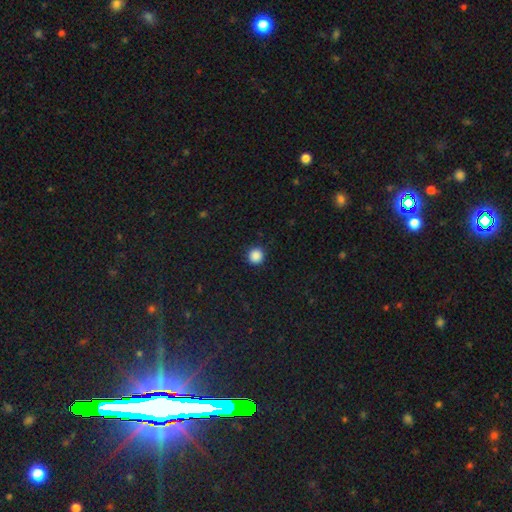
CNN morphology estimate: A smooth galaxy with no disk features (87%) that is round (95%). Merging: none (92%).